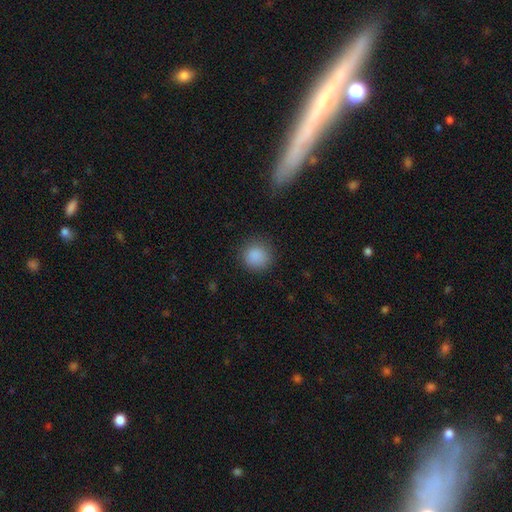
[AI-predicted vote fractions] Smooth or featured? smooth (87%)
How rounded? round (92%)
Merging? none (87%)